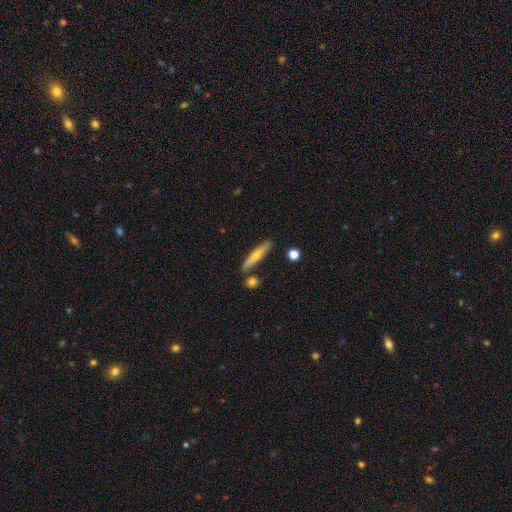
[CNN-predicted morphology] Overall: smooth (51%; featured or disk 43%). How rounded: cigar-shaped (86%). Merging: none (81%).